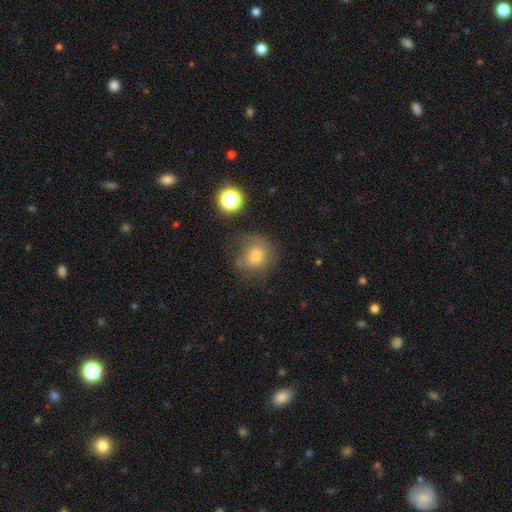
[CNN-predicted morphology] The model was most divided on "merging": none: 55%, minor disturbance: 25%, major disturbance: 16%, merger: 5%. More confident: how rounded — round (77%); smooth or featured — smooth (69%).